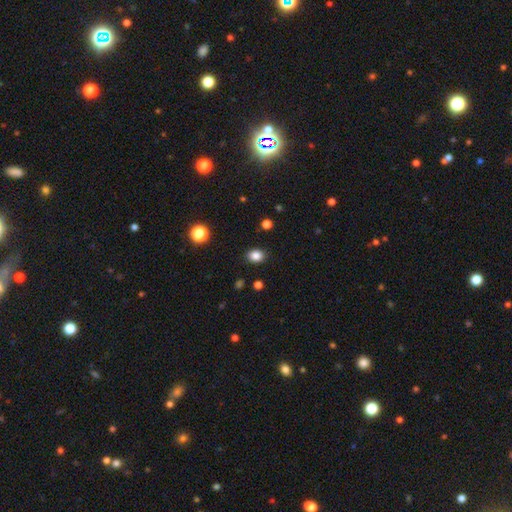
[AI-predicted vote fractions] Overall: smooth (84%). How rounded: in between (54%; round 45%). Merging: none (89%).